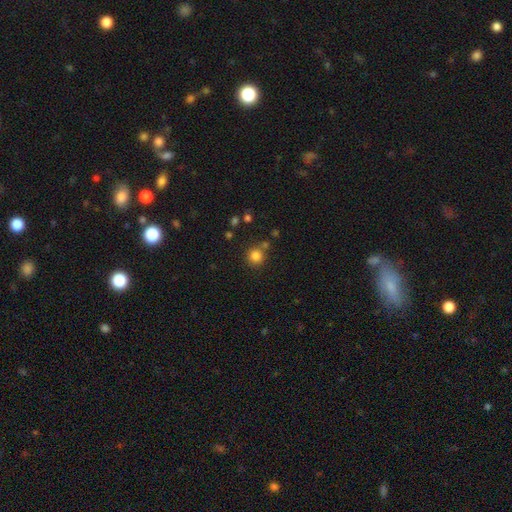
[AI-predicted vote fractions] Morphology: type=smooth (82%); roundness=round (93%); merging=none (76%).